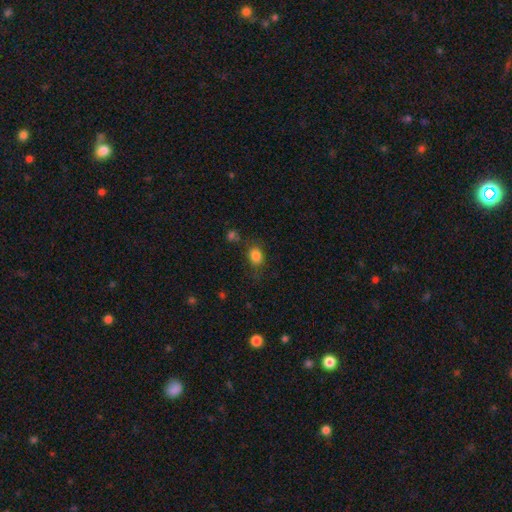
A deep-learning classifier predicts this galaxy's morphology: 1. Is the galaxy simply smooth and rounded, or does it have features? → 83% smooth, 11% star or artifact, 6% featured or disk.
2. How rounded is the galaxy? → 55% in between, 43% round, 1% cigar-shaped.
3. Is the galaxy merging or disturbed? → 69% none, 19% minor disturbance, 8% major disturbance, 4% merger.